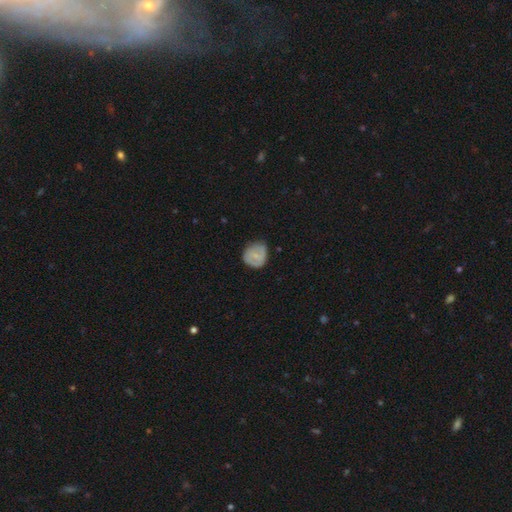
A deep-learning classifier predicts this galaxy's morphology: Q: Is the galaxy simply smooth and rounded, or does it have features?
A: smooth — 60%.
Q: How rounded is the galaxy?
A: round — 77%.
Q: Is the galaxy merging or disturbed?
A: none — 64%.